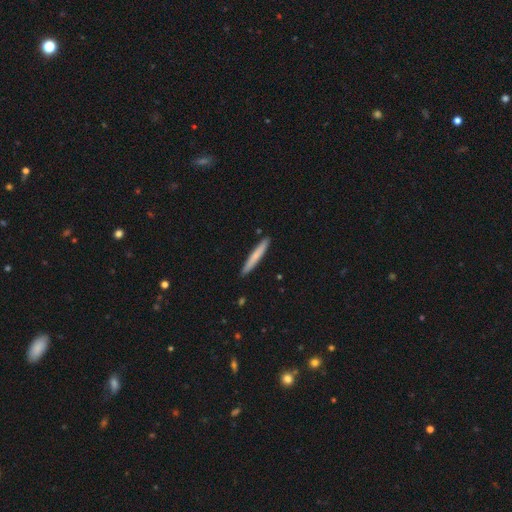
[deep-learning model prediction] The model was most divided on "smooth or featured": smooth: 70%, featured or disk: 25%, star or artifact: 5%. More confident: how rounded — cigar-shaped (96%); merging — none (91%).